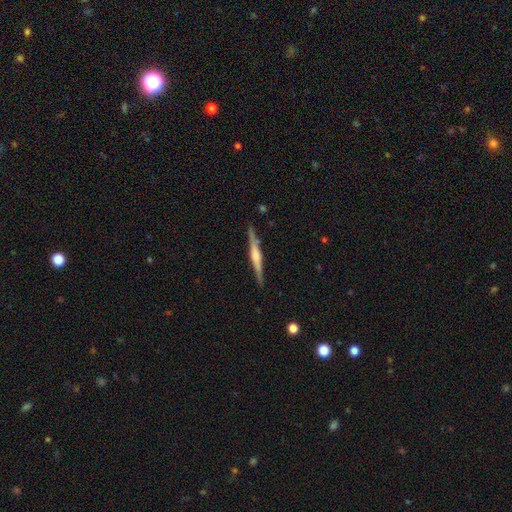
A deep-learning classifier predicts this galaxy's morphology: Overall: featured or disk (73%). Edge-on disk: yes (98%). Edge-on bulge: rounded (55%; boxy 34%). Merging: none (87%).